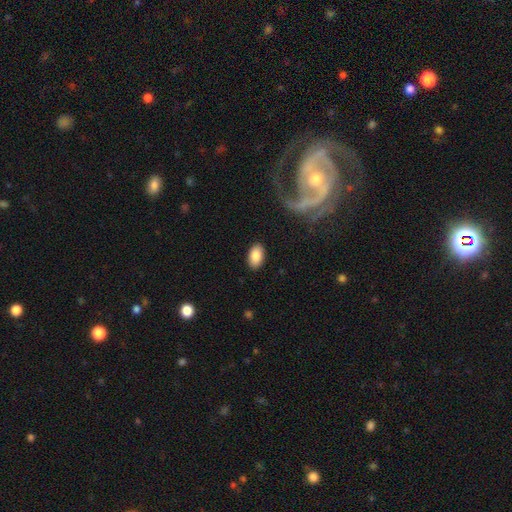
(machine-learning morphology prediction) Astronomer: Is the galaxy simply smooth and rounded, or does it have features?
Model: smooth — 87%.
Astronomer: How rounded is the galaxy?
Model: in between — 94%.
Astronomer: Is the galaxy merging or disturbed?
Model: none — 88%.